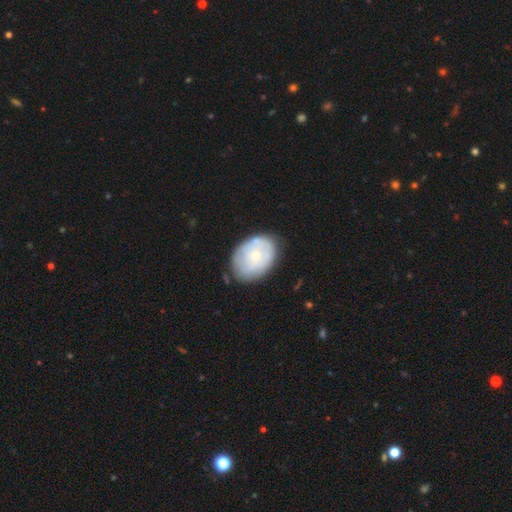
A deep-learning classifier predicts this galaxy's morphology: A smooth galaxy with no disk features (51%) that is in between round and cigar-shaped (70%). Merging: none (70%).